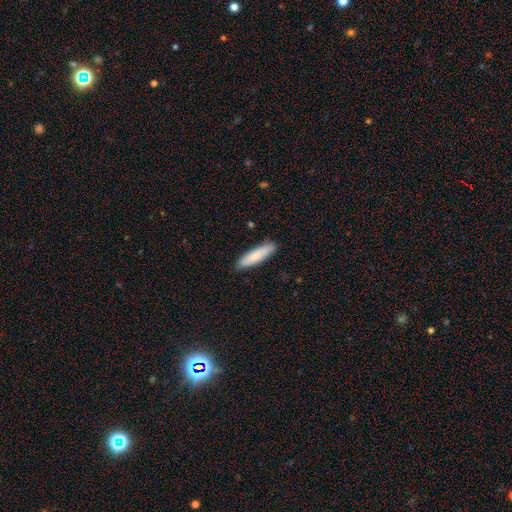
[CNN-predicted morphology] Smooth or featured: smooth — 83% (featured or disk — 12%)
How rounded: cigar-shaped — 76% (in between — 23%)
Merging: none — 88% (minor disturbance — 9%)